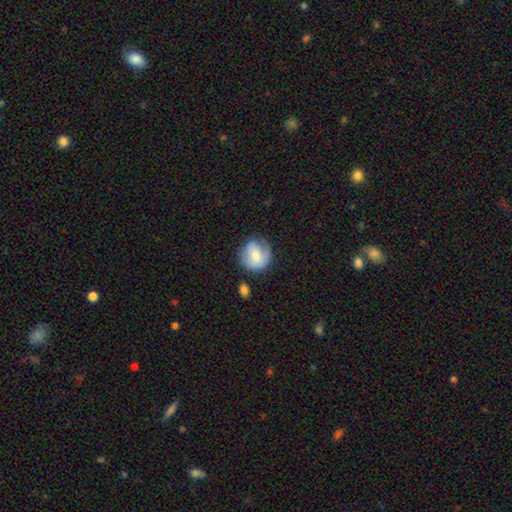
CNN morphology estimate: The model was most divided on "smooth or featured": smooth: 61%, featured or disk: 32%, star or artifact: 7%. More confident: how rounded — round (87%); merging — none (63%).